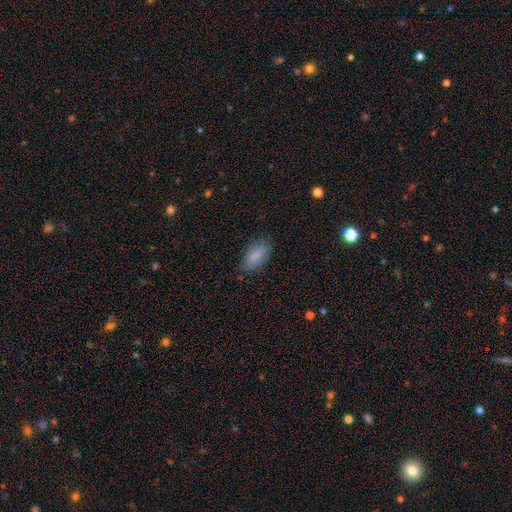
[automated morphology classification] Smooth or featured? smooth (84%)
How rounded? in between (87%)
Merging? none (81%)